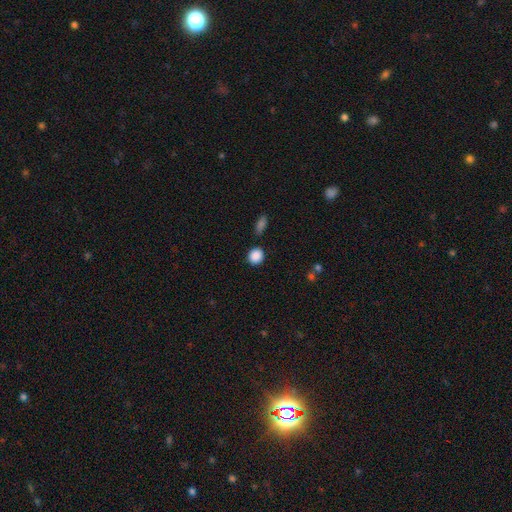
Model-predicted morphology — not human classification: smooth_or_featured: smooth (p=0.88) [alt: star or artifact p=0.09]
how_rounded: round (p=0.84) [alt: in between p=0.15]
merging: none (p=0.84) [alt: minor disturbance p=0.09]